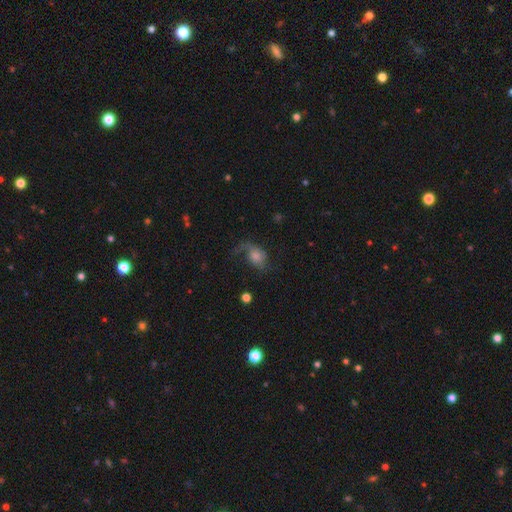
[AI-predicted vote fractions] A featured or disk galaxy (61%) with no bar (71%), 2 (57%) loose (72%) spiral arms (90%) and a moderate central bulge (37%). Merging: none (50%).